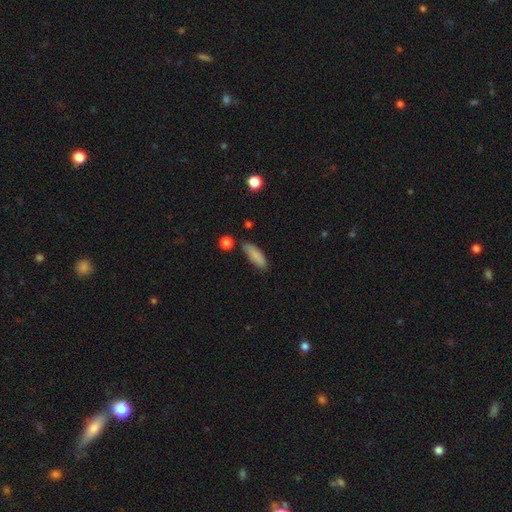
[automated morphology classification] Smooth or featured? smooth (85%)
How rounded? in between (61%)
Merging? none (77%)